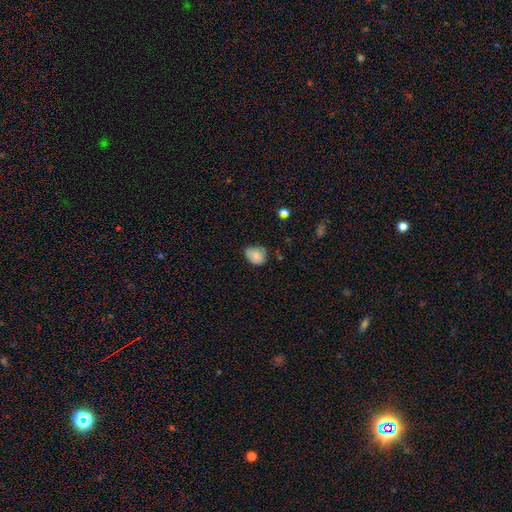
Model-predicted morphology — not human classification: Smooth or featured? smooth (82%)
How rounded? in between (58%)
Merging? none (51%)